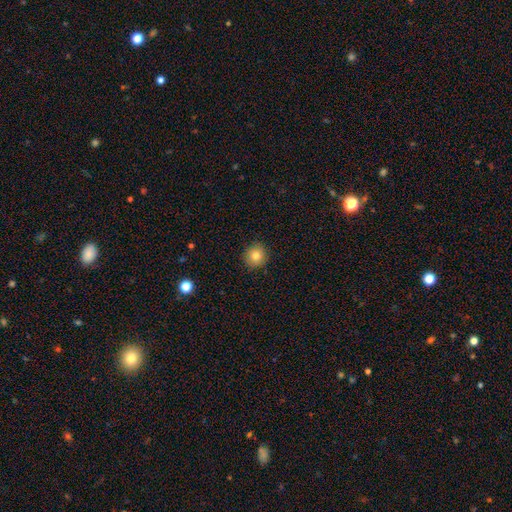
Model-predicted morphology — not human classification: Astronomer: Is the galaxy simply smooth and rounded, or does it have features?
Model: smooth — 81%.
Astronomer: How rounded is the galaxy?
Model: round — 91%.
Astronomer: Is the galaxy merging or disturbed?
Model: none — 90%.